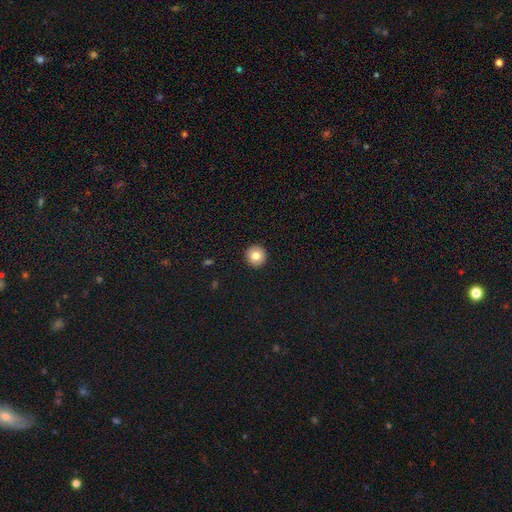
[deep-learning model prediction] Overall: smooth (81%). How rounded: round (95%). Merging: none (93%).